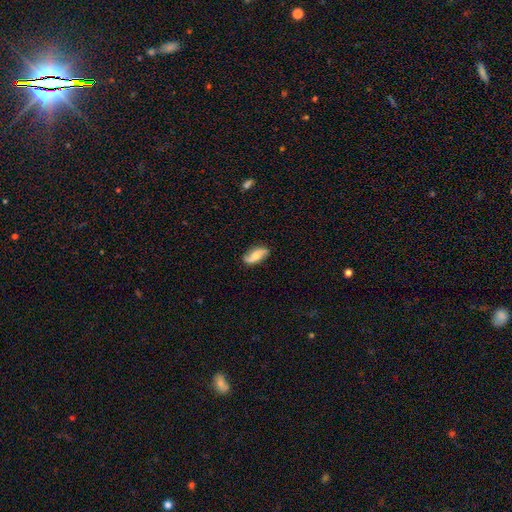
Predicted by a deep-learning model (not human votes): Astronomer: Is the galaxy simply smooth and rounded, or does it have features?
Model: featured or disk — 58% (runner-up: smooth, 35%).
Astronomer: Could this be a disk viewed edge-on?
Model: no — 93%.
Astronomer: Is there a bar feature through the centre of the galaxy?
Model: no — 57%.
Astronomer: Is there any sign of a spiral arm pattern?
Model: yes — 93%.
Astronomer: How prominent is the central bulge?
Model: moderate — 43% (runner-up: small, 35%).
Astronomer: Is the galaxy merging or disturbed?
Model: none — 80%.